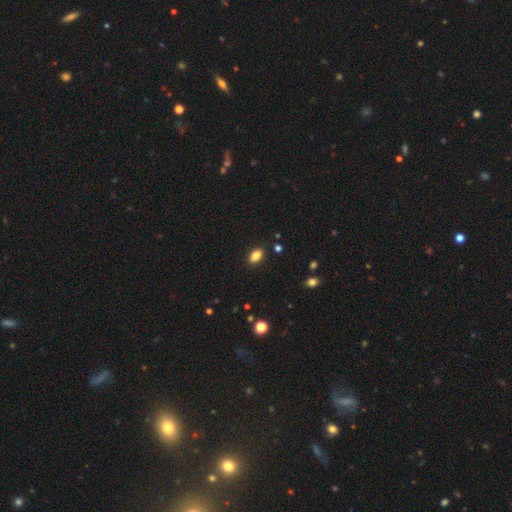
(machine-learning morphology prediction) smooth-or-featured: smooth: 85% | star or artifact: 10% | featured or disk: 5%
  how-rounded: in between: 87% | round: 11% | cigar-shaped: 2%
  merging: none: 88% | minor disturbance: 9% | major disturbance: 2% | merger: 1%